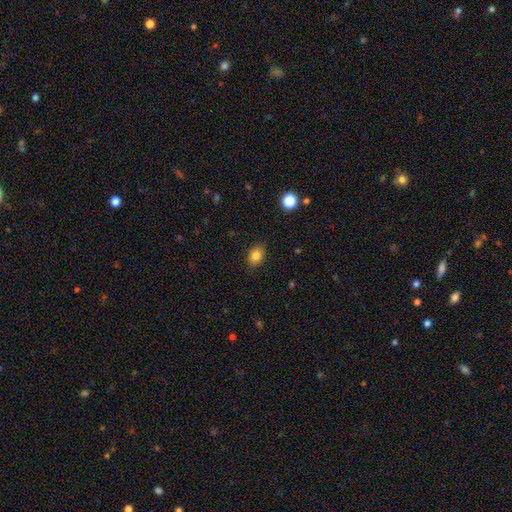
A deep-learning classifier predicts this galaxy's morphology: This appears to be a smooth galaxy with no disk features (83%) that is in between round and cigar-shaped (68%). Merging: none (86%).